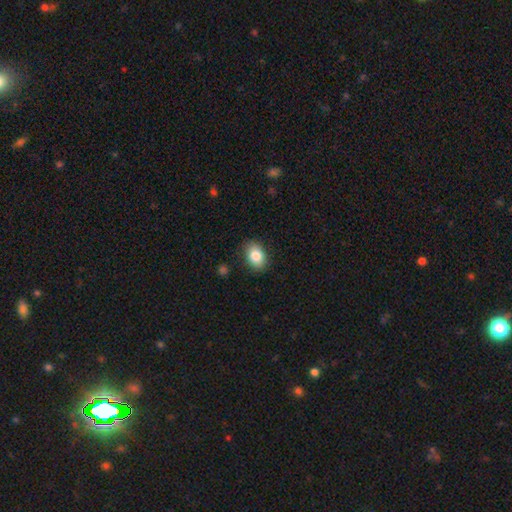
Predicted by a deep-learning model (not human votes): smooth 84%, star or artifact 8%, featured or disk 8%. Down the decision tree: how rounded — in between (76%); merging — none (86%).